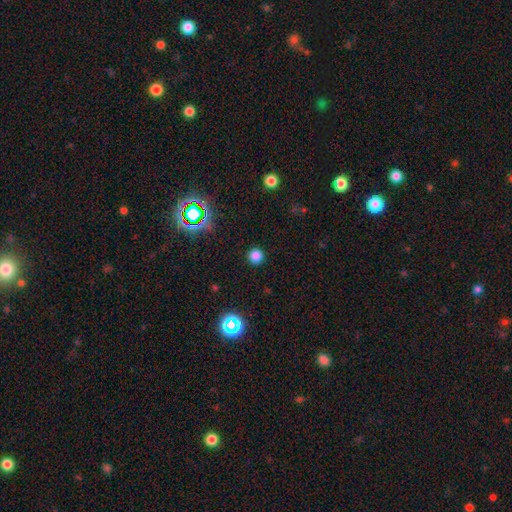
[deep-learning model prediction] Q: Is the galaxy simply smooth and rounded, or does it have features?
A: smooth — 78%.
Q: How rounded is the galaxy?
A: round — 95%.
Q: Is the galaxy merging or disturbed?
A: none — 91%.